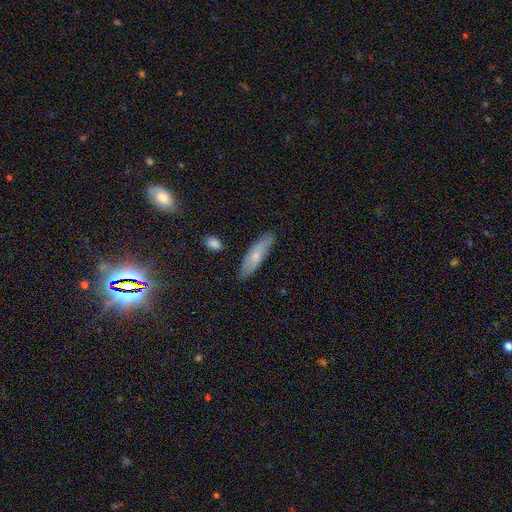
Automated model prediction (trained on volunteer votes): Smooth or featured? smooth (61%)
How rounded? cigar-shaped (61%)
Merging? none (79%)